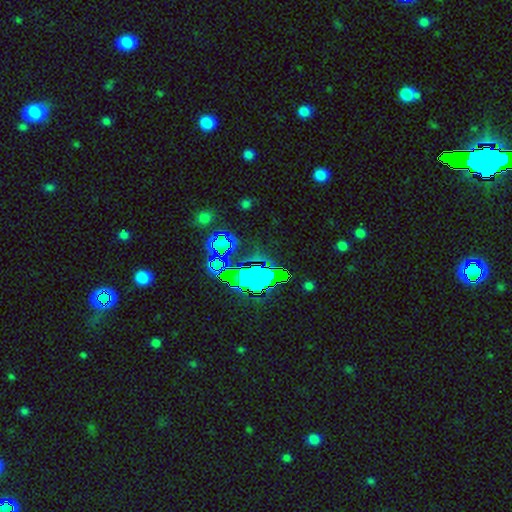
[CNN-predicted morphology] Q: Smooth or featured?
A: star or artifact (70%); runner-up: smooth (18%)